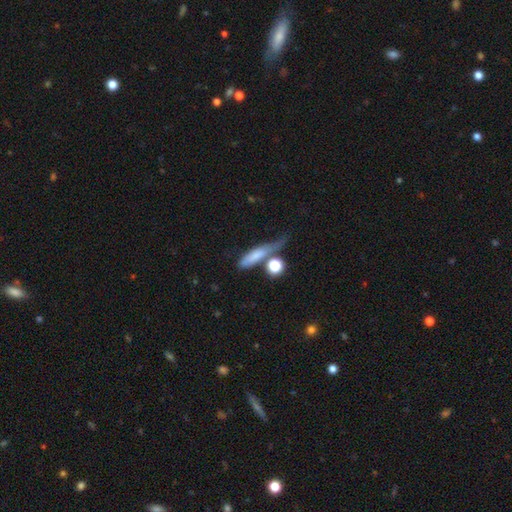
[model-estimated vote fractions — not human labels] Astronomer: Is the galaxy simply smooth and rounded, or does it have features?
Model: smooth — 69%.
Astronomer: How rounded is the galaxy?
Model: cigar-shaped — 56% (runner-up: in between, 33%).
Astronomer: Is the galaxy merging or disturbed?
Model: none — 41% (runner-up: minor disturbance, 23%).